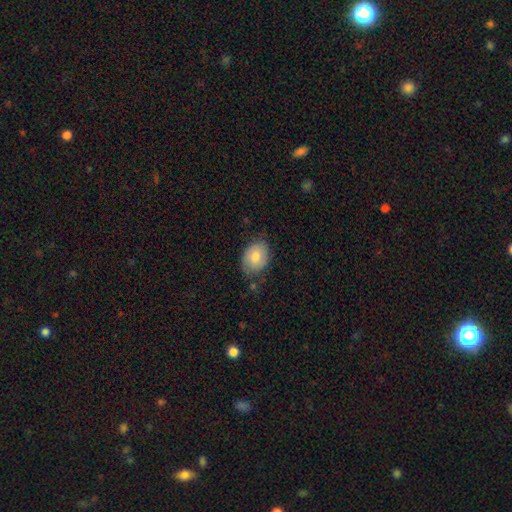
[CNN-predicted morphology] smooth 75%, featured or disk 18%, star or artifact 7%. Down the decision tree: how rounded — in between (66%); merging — none (71%).